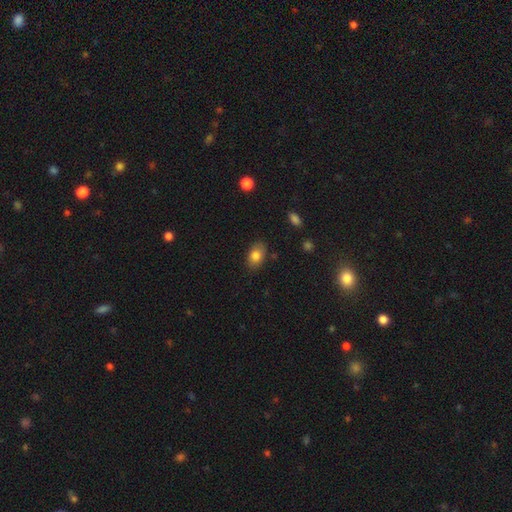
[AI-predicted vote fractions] This appears to be a smooth galaxy with no disk features (81%) that is in between round and cigar-shaped (85%). Merging: none (82%).